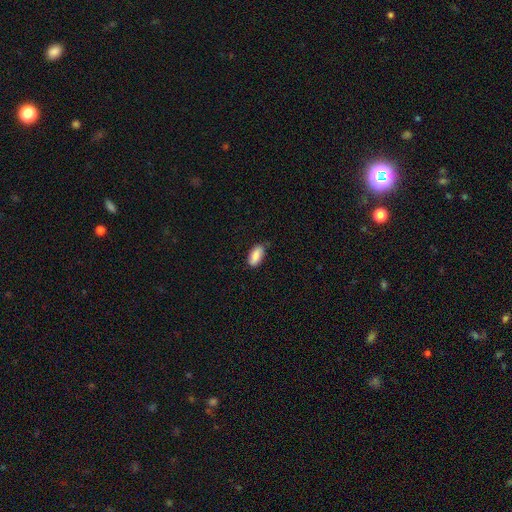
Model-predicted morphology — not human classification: Overall: smooth (86%). How rounded: in between (92%). Merging: none (75%).